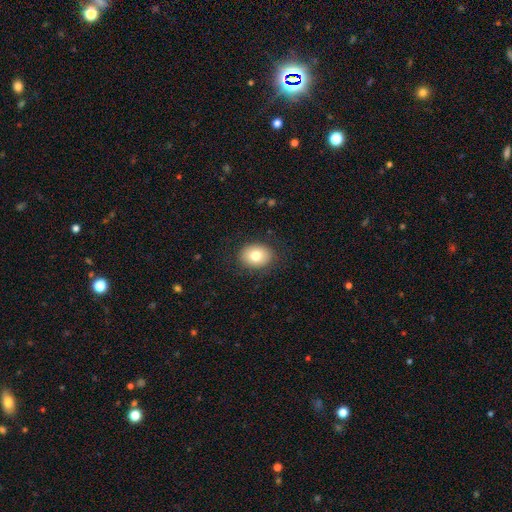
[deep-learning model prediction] A smooth galaxy with no disk features (79%) that is in between round and cigar-shaped (52%). Merging: none (87%).